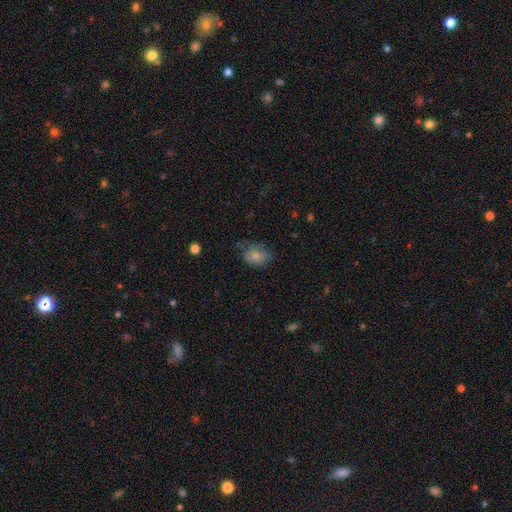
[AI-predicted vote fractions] Overall: smooth (76%). How rounded: in between (68%; round 31%). Merging: none (51%; minor disturbance 32%).